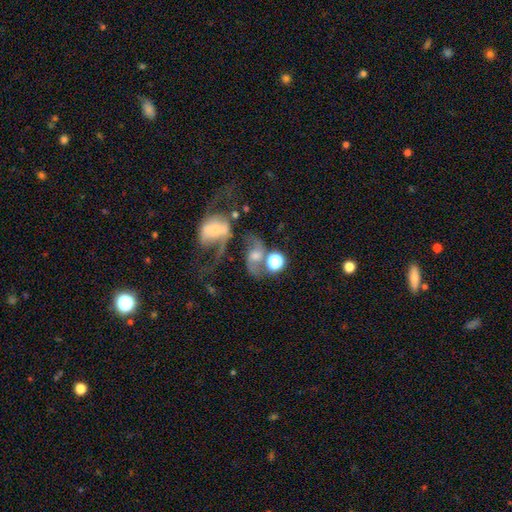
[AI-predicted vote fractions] Smooth or featured: featured or disk — 60% (smooth — 27%)
Edge-on disk: no — 95% (yes — 5%)
Bar: no — 48% (weak — 36%)
Spiral arms: yes — 86% (no — 14%)
Bulge size: moderate — 48% (small — 30%)
Merging: none — 36% (tied with merger — 36%)